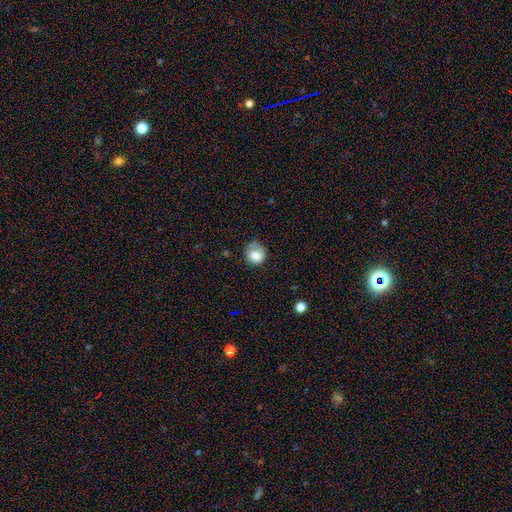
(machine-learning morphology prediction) smooth_or_featured: smooth (p=0.76) [alt: featured or disk p=0.15]
how_rounded: round (p=0.78) [alt: in between p=0.21]
merging: none (p=0.54) [alt: minor disturbance p=0.31]